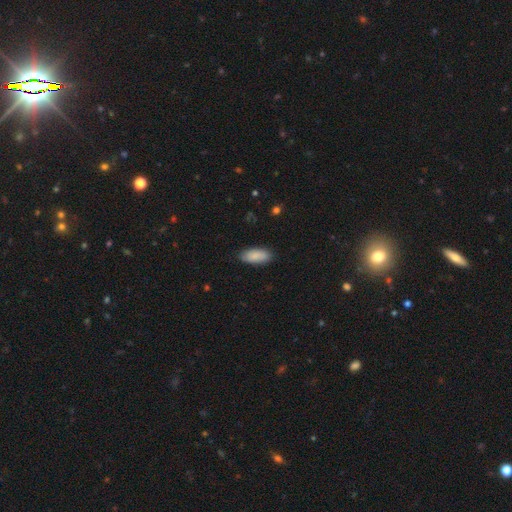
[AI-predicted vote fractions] Smooth or featured: smooth — 88% (star or artifact — 6%)
How rounded: in between — 86% (cigar-shaped — 13%)
Merging: none — 86% (minor disturbance — 10%)